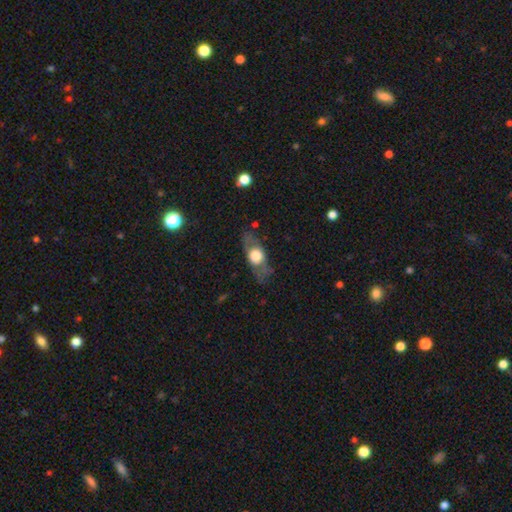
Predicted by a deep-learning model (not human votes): Smooth or featured? featured or disk (48%)
Merging? none (72%)